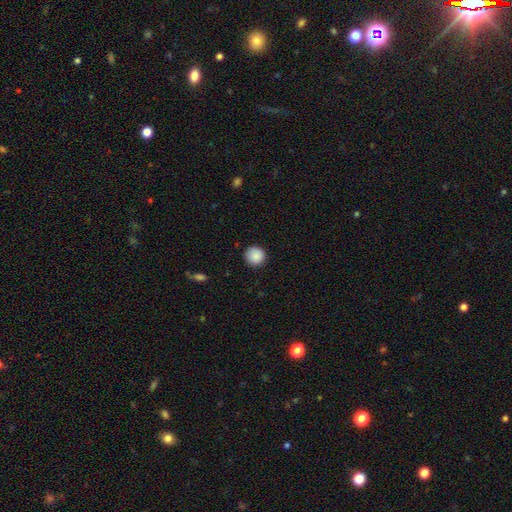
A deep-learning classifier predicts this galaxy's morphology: type=smooth (89%); roundness=round (95%); merging=none (90%).